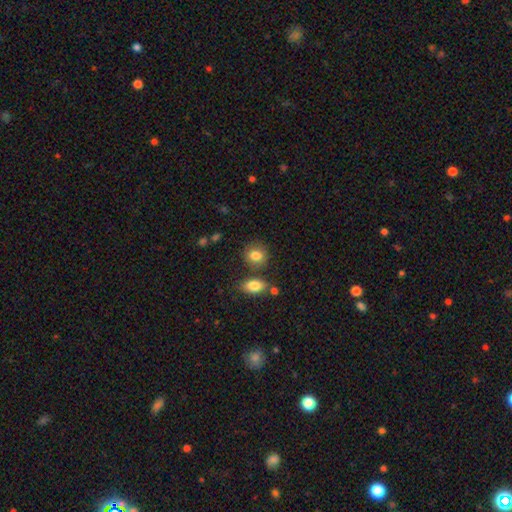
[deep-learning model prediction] smooth 84%, star or artifact 8%, featured or disk 8%. Down the decision tree: how rounded — round (64%); merging — none (72%).